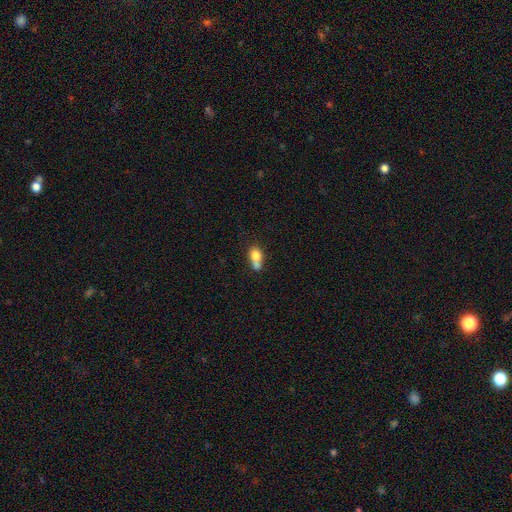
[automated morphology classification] smooth_or_featured: smooth (p=0.74) [alt: featured or disk p=0.17]
how_rounded: in between (p=0.59) [alt: round p=0.37]
merging: merger (p=0.49) [alt: none p=0.28]